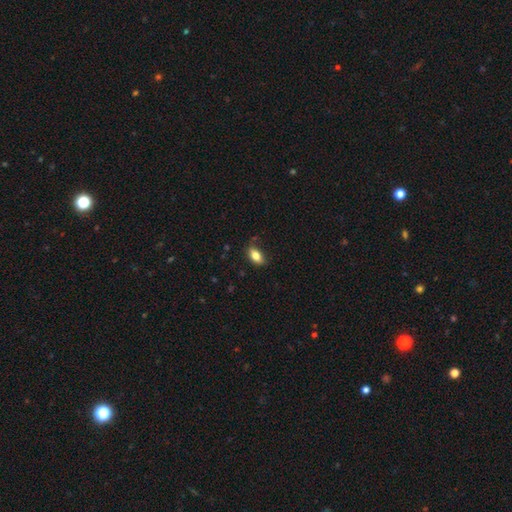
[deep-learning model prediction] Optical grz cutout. It shows a smooth galaxy with no disk features (81%) that is in between round and cigar-shaped (89%). Merging: none (78%).